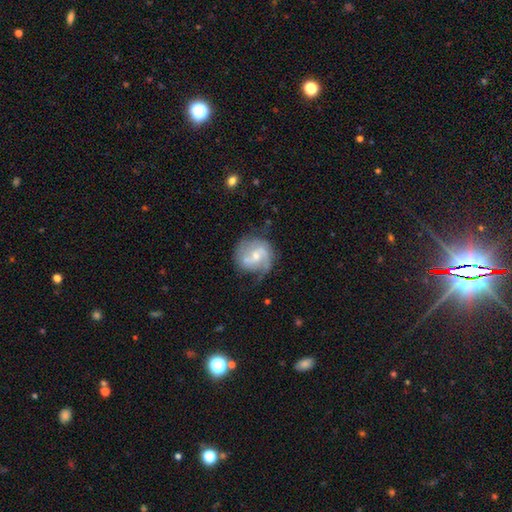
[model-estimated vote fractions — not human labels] This appears to be a featured or disk galaxy (79%) with a weak bar (50%), 2 (73%) medium (48%) spiral arms (93%) and a small central bulge (46%, tied with moderate). Merging: none (61%).